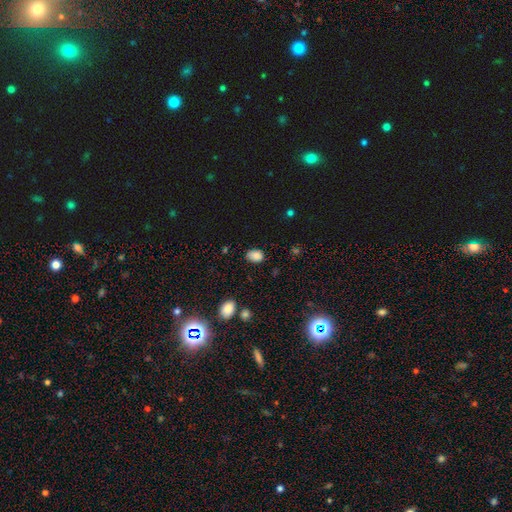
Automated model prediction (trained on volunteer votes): smooth 85%, star or artifact 11%, featured or disk 5%. Down the decision tree: how rounded — in between (76%); merging — none (76%).